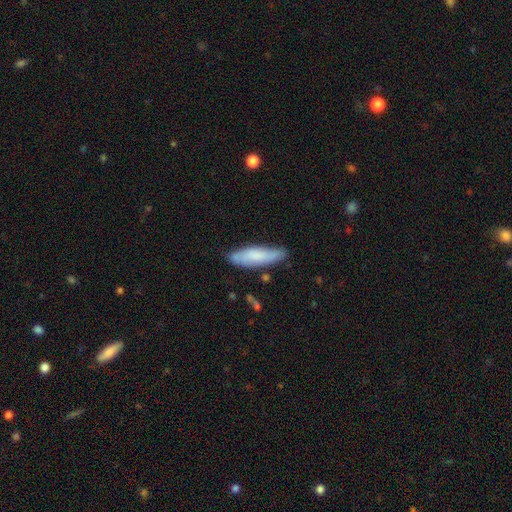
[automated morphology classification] This is likely a smooth galaxy (71%). How rounded: possibly cigar-shaped (59%). Merging: likely none (73%).